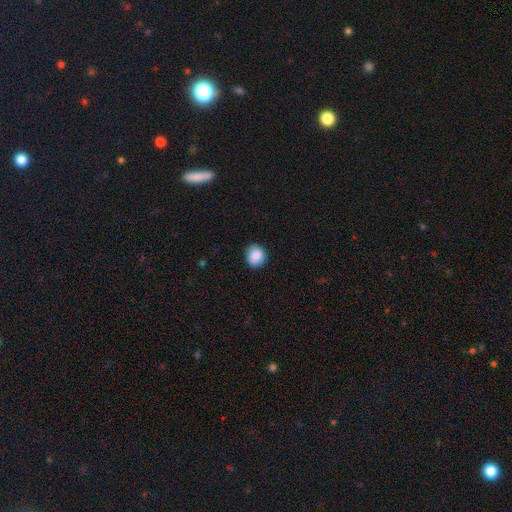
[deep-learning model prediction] smooth 84%, star or artifact 8%, featured or disk 7%. Down the decision tree: how rounded — round (83%); merging — none (85%).